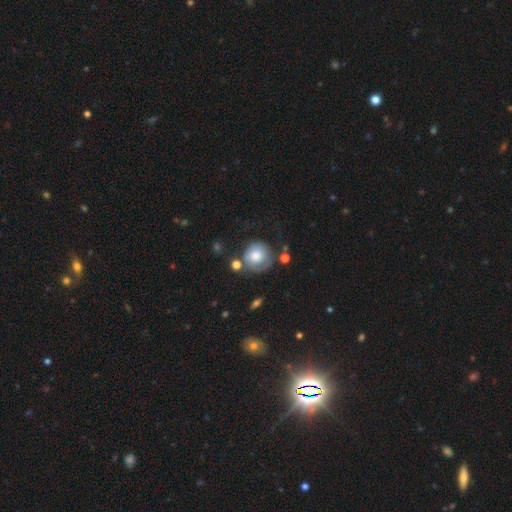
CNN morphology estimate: Smooth or featured?
  - smooth: 61% *
  - featured or disk: 32%
  - star or artifact: 8%
How rounded?
  - round: 86% *
  - in between: 13%
  - cigar-shaped: 1%
Merging?
  - none: 53% *
  - minor disturbance: 22%
  - major disturbance: 15%
  - merger: 9%